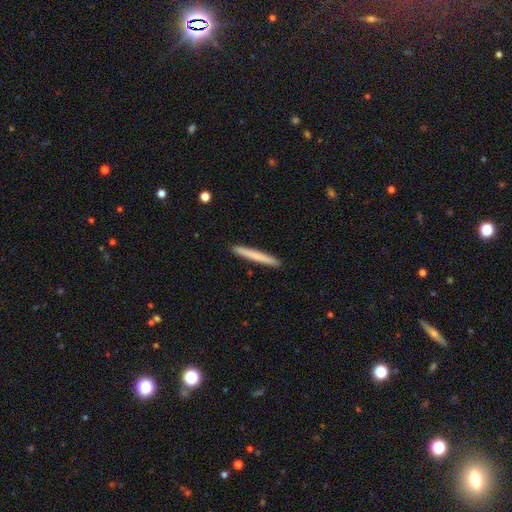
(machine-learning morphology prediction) type=smooth (69%); roundness=cigar-shaped (97%); merging=none (93%).